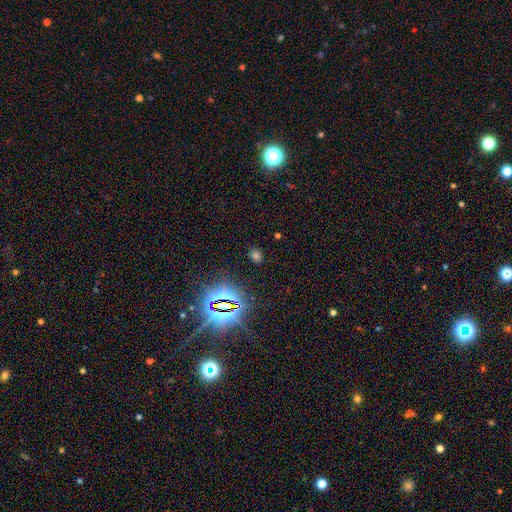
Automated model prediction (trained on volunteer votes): This is possibly a smooth galaxy (47%). Merging: clearly none (84%).